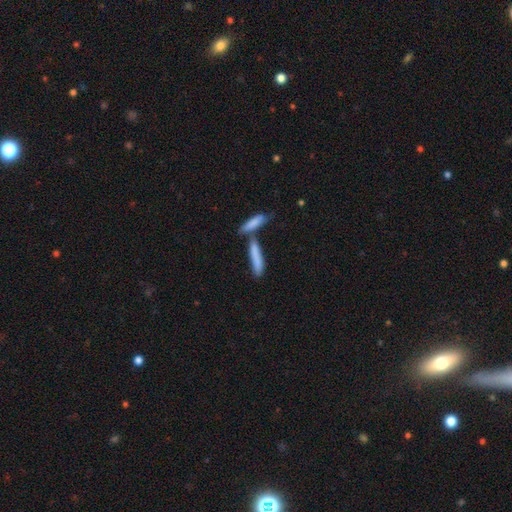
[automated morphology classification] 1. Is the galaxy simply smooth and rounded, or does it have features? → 74% smooth, 18% featured or disk, 8% star or artifact.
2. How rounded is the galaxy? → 81% cigar-shaped, 17% in between, 2% round.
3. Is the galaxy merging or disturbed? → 48% none, 37% merger, 11% minor disturbance, 4% major disturbance.